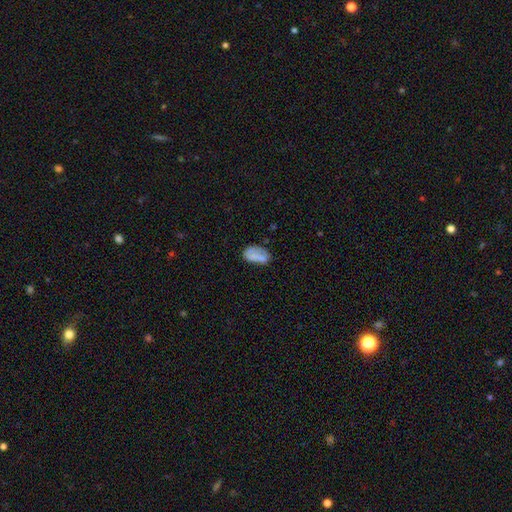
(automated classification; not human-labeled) Smooth or featured?
  - smooth: 73% *
  - featured or disk: 18%
  - star or artifact: 9%
How rounded?
  - in between: 91% *
  - round: 6%
  - cigar-shaped: 3%
Merging?
  - none: 51% *
  - minor disturbance: 28%
  - major disturbance: 13%
  - merger: 7%